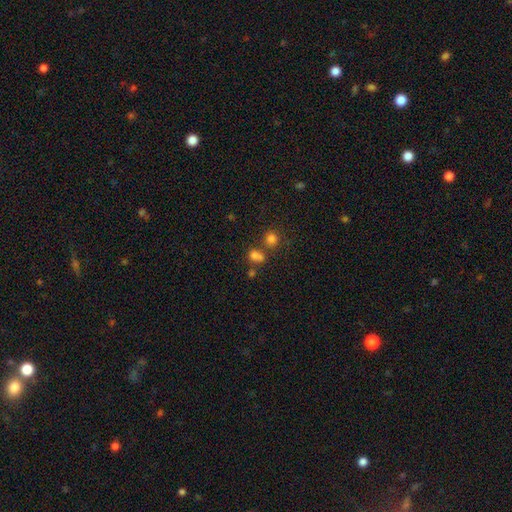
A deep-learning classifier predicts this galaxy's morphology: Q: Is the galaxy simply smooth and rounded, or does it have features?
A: smooth — 72%.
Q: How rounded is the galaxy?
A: round — 57%.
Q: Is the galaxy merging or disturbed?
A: none — 47%.